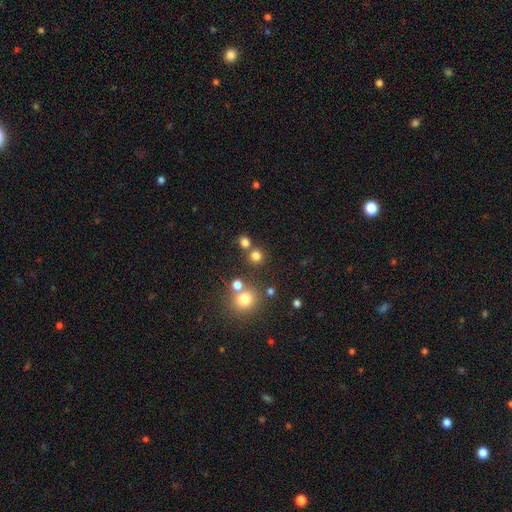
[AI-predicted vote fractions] Smooth or featured? smooth (76%)
How rounded? round (91%)
Merging? none (74%)